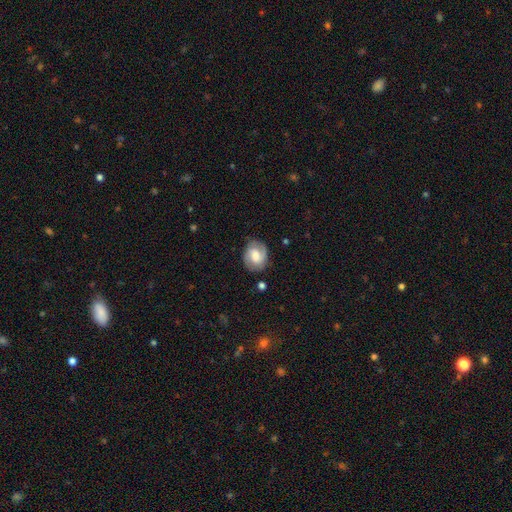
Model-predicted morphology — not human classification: smooth-or-featured: featured or disk: 60% | smooth: 33% | star or artifact: 7%
  disk-edge-on: no: 97% | yes: 3%
    bar: weak: 46% | no: 40% | strong: 14%
    has-spiral-arms: yes: 87% | no: 13%
      spiral-winding: medium: 44% | tight: 39% | loose: 17%
      spiral-arm-count: 2: 81% | can't tell: 10% | 1: 4% | 3: 3% | 4: 1% | more than 4: 1%
    bulge-size: moderate: 40% | large: 34% | small: 15% | none: 8% | dominant: 4%
  merging: none: 77% | minor disturbance: 16% | major disturbance: 5% | merger: 2%